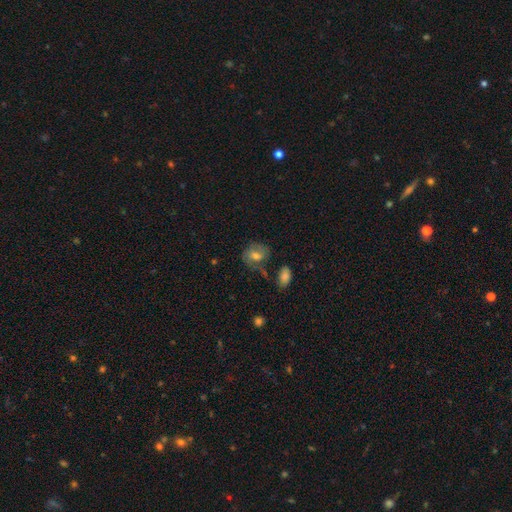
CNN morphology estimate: Smooth or featured: featured or disk — 46% (smooth — 45%)
Merging: none — 58% (minor disturbance — 22%)